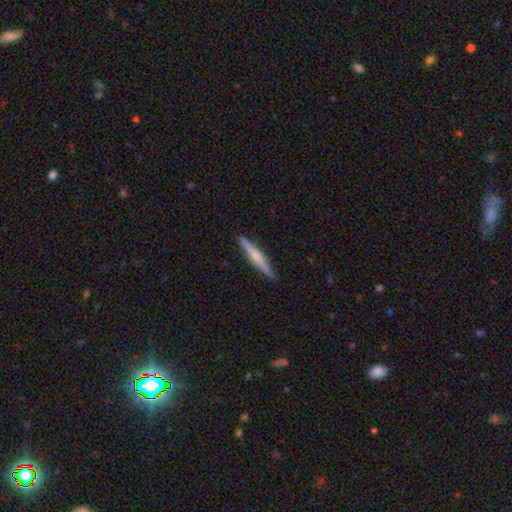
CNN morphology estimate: type=featured or disk (52%); edge-on=yes (97%); edge-on bulge=rounded (55%); merging=none (90%).